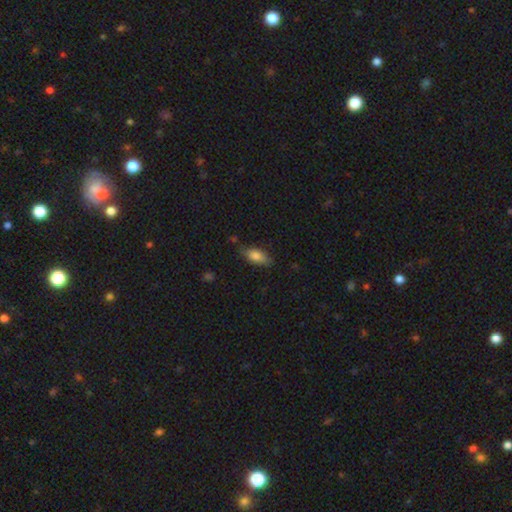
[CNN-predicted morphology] Overall: smooth (80%). How rounded: in between (85%). Merging: none (71%).